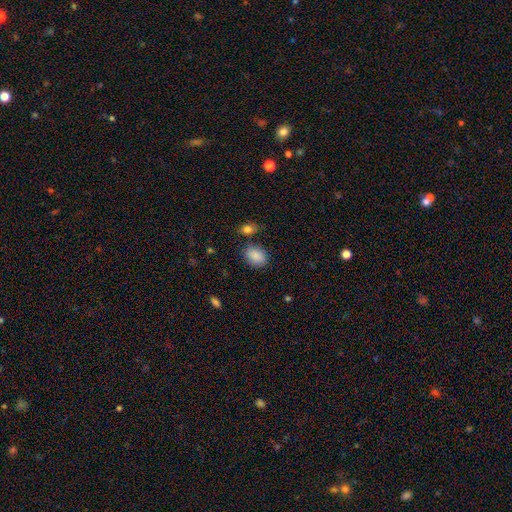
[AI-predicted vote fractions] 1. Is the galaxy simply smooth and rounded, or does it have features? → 88% smooth, 8% star or artifact, 5% featured or disk.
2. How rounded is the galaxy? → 73% in between, 26% round, 1% cigar-shaped.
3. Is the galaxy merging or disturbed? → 78% none, 13% minor disturbance, 5% merger, 4% major disturbance.